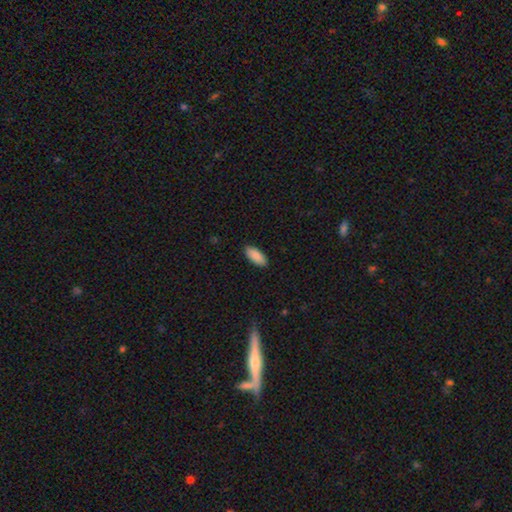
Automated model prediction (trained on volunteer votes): smooth_or_featured: smooth (p=0.90) [alt: star or artifact p=0.06]
how_rounded: in between (p=0.86) [alt: cigar-shaped p=0.12]
merging: none (p=0.89) [alt: minor disturbance p=0.08]